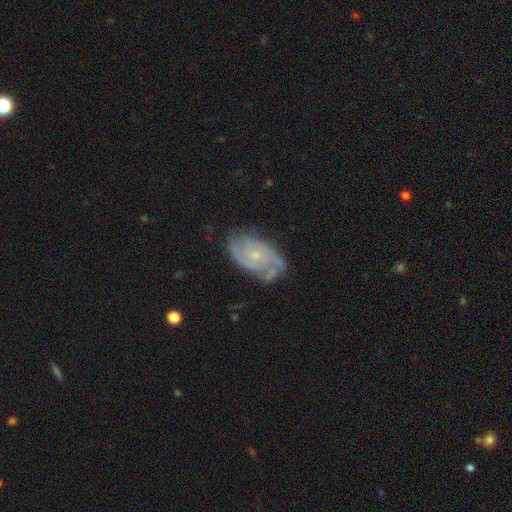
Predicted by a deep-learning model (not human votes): A featured or disk galaxy (84%) with no bar (72%), 2 (49%) tight (51%) spiral arms (95%) and a small central bulge (74%). Merging: none (69%).